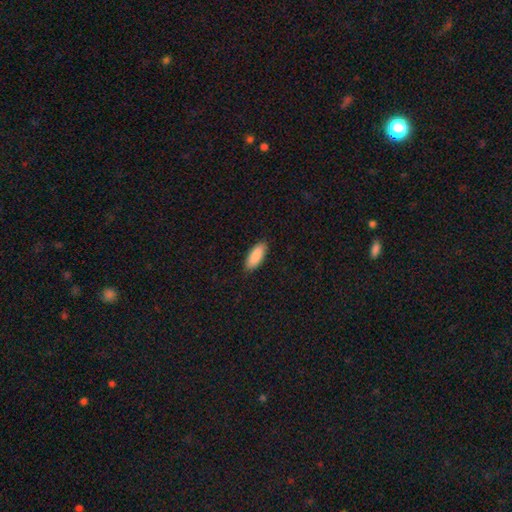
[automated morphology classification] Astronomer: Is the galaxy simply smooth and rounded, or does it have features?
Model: smooth — 90%.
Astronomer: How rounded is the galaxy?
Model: in between — 78%.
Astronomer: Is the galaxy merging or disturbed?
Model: none — 89%.